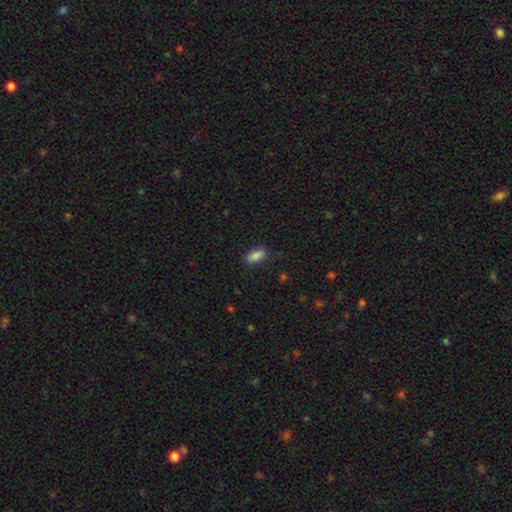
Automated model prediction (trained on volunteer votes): Q: Smooth or featured?
A: smooth (87%); runner-up: star or artifact (8%)
Q: How rounded?
A: in between (87%); runner-up: cigar-shaped (10%)
Q: Merging?
A: none (83%); runner-up: minor disturbance (13%)